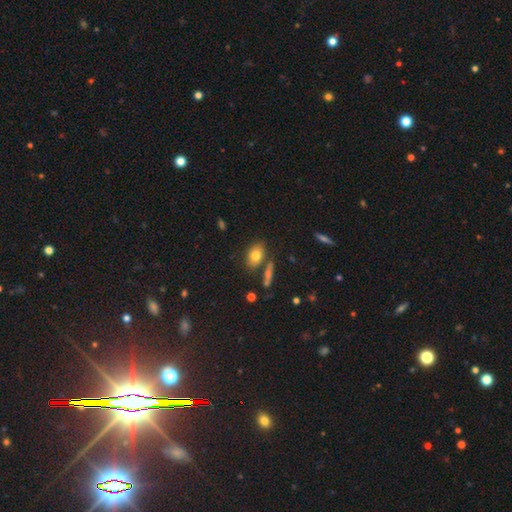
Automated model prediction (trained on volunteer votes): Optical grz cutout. It shows a smooth galaxy with no disk features (77%) that is in between round and cigar-shaped (80%). Merging: none (71%).